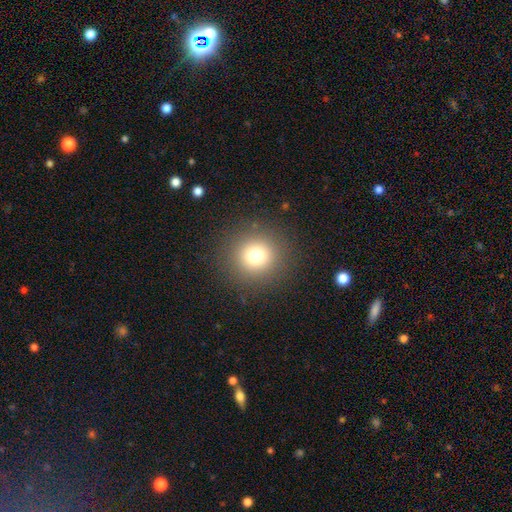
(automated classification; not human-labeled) Morphology: type=smooth (75%); roundness=round (94%); merging=none (90%).